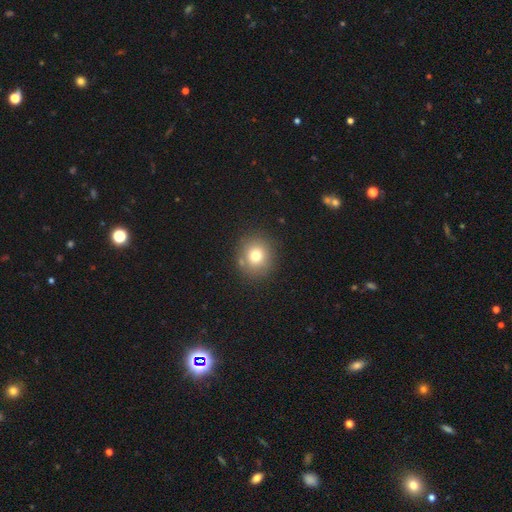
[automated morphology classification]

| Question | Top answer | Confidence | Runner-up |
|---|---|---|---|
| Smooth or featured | smooth | 74% | star or artifact (13%) |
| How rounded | round | 86% | in between (13%) |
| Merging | none | 82% | minor disturbance (9%) |